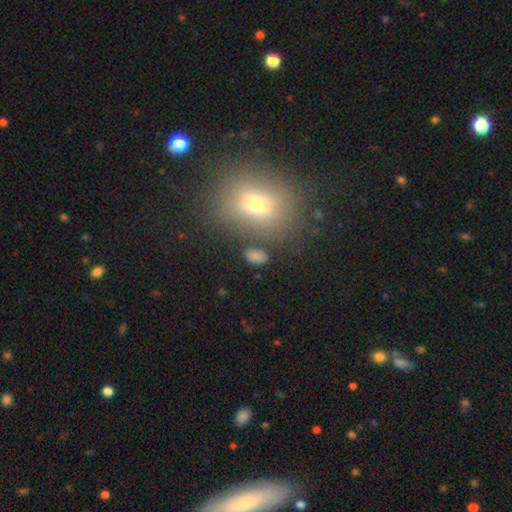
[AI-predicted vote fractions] Smooth or featured: smooth — 76% (star or artifact — 14%)
How rounded: in between — 86% (round — 11%)
Merging: none — 74% (minor disturbance — 14%)